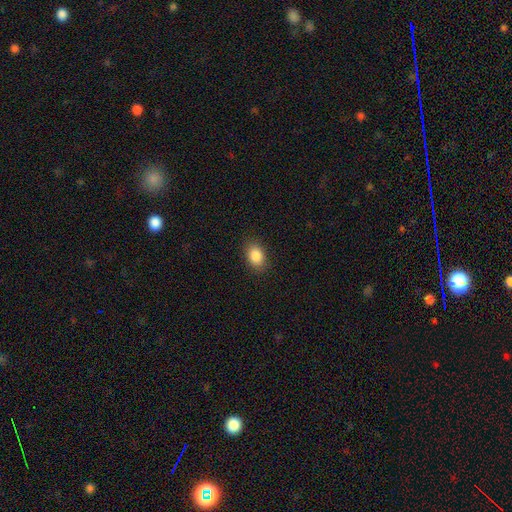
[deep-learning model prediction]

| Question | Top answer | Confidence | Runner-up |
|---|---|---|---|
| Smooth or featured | smooth | 87% | star or artifact (8%) |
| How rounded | in between | 79% | round (20%) |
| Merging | none | 87% | minor disturbance (10%) |